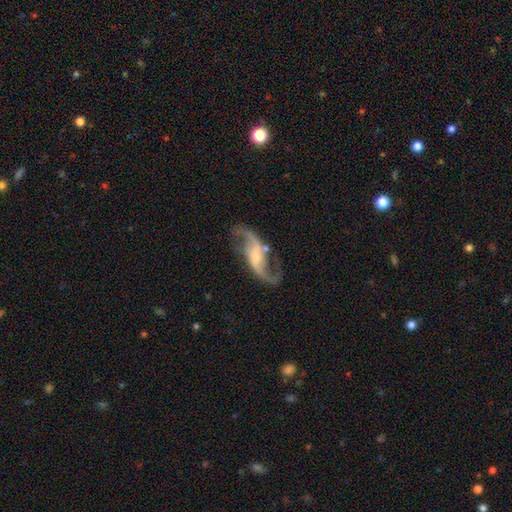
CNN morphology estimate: A featured or disk galaxy (91%) with a weak bar (42%), 2 (94%) loose (76%) spiral arms (97%) and a small central bulge (49%).

Vote fractions:
- Smooth or featured? featured or disk: 91% / star or artifact: 5% / smooth: 4%
- Edge-on disk? no: 96% / yes: 4%
- Bar? weak: 42% / no: 34% / strong: 24%
- Spiral arms? yes: 97% / no: 3%
- Spiral winding? loose: 76% / medium: 20% / tight: 4%
- Spiral arm count? 2: 94% / 1: 2% / can't tell: 1% / 3: 1% / 4: 1% / more than 4: 1%
- Bulge size? small: 49% / moderate: 36% / none: 9% / large: 5% / dominant: 1%
- Merging? none: 76% / minor disturbance: 13% / major disturbance: 8% / merger: 4%